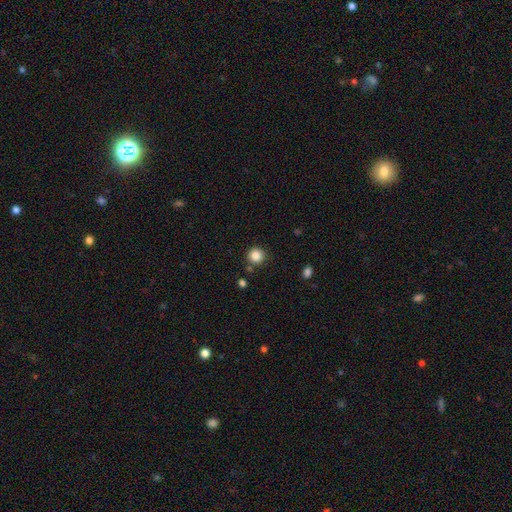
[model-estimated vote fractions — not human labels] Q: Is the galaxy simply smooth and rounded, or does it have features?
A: smooth — 86%.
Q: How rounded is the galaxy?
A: round — 93%.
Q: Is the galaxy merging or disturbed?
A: none — 84%.